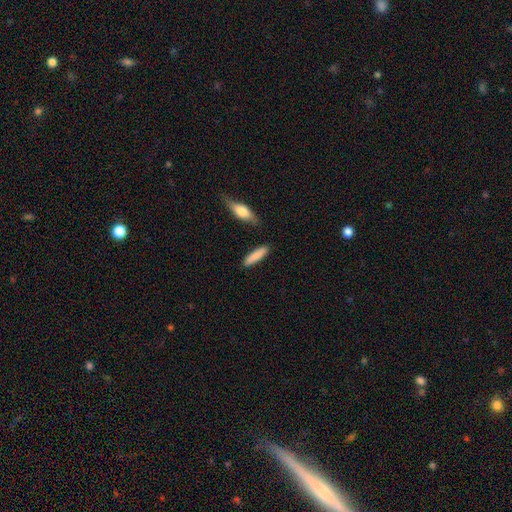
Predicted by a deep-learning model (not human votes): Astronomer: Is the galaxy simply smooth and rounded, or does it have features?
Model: smooth — 83%.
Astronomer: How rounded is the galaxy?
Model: cigar-shaped — 72%.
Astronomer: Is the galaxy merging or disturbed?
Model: none — 84%.